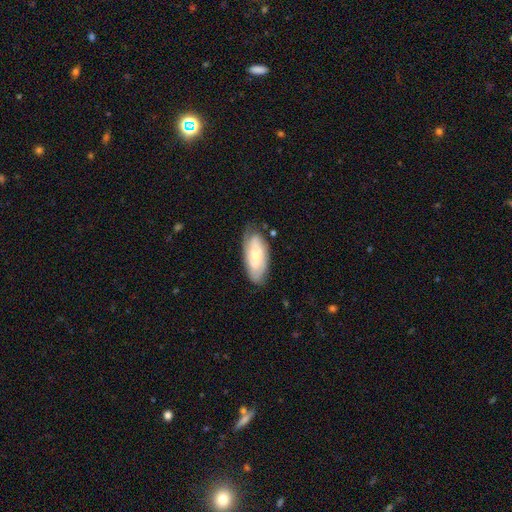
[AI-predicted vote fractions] Smooth or featured? featured or disk (55%)
Edge-on disk? no (89%)
Merging? none (71%)